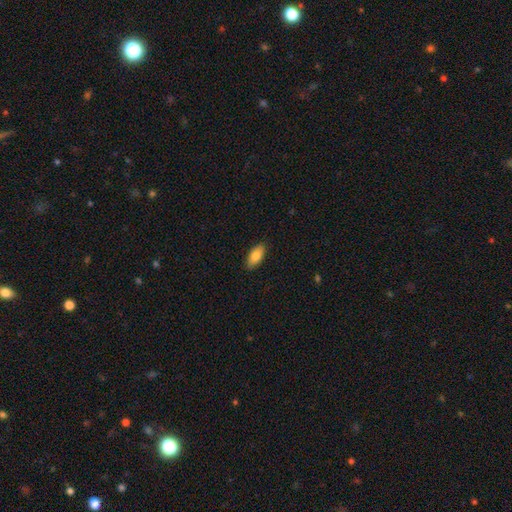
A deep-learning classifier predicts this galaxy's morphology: Smooth or featured?
  - smooth: 81% *
  - featured or disk: 13%
  - star or artifact: 7%
How rounded?
  - in between: 86% *
  - cigar-shaped: 11%
  - round: 3%
Merging?
  - none: 88% *
  - minor disturbance: 9%
  - major disturbance: 2%
  - merger: 1%